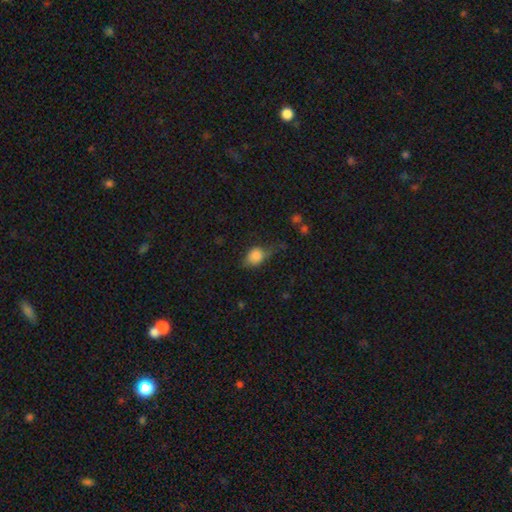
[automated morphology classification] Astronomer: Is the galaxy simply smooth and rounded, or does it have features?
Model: smooth — 81%.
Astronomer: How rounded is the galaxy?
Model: in between — 61% (runner-up: round, 37%).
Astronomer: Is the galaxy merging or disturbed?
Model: none — 41% (runner-up: minor disturbance, 38%).